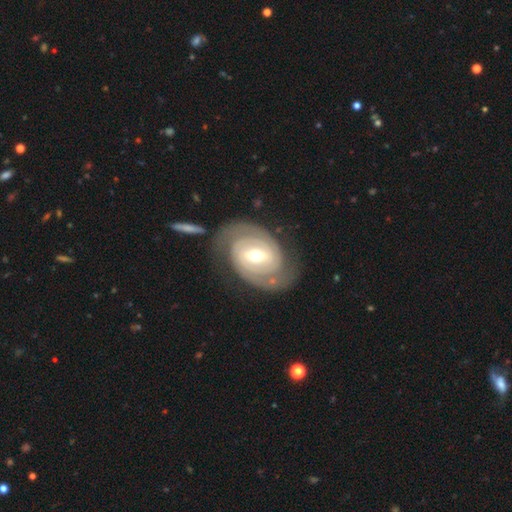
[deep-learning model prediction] Smooth or featured: featured or disk — 90% (smooth — 6%)
Edge-on disk: no — 97% (yes — 3%)
Bar: weak — 46% (strong — 32%)
Spiral arms: yes — 97% (no — 3%)
Spiral winding: tight — 67% (medium — 28%)
Spiral arm count: 2 — 89% (can't tell — 5%)
Bulge size: moderate — 65% (small — 29%)
Merging: none — 77% (minor disturbance — 13%)